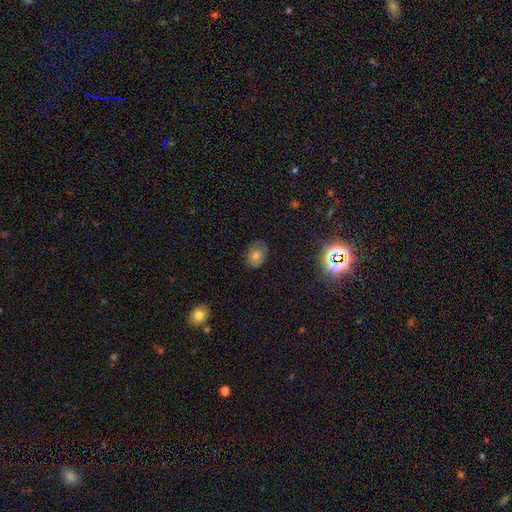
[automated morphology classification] smooth 65%, star or artifact 18%, featured or disk 17%. Down the decision tree: how rounded — in between (74%); merging — none (74%).